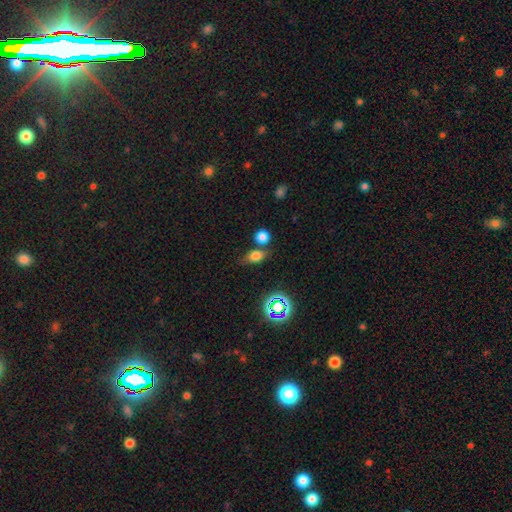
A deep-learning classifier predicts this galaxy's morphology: This is likely a smooth galaxy (72%). How rounded: likely in between (69%). Merging: likely none (64%).